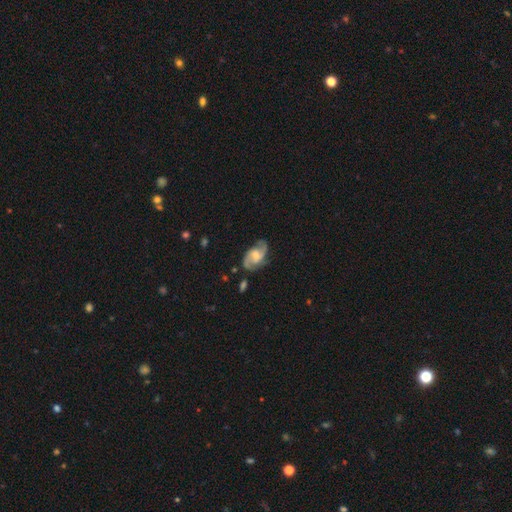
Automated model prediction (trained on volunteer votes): Overall: featured or disk (84%). Edge-on disk: no (97%). Bar: no (46%; weak 44%). Spiral arms: yes (96%). Spiral arm count: 2 (82%). Spiral winding: medium (52%; tight 25%). Bulge size: moderate (53%; small 37%). Merging: none (74%).